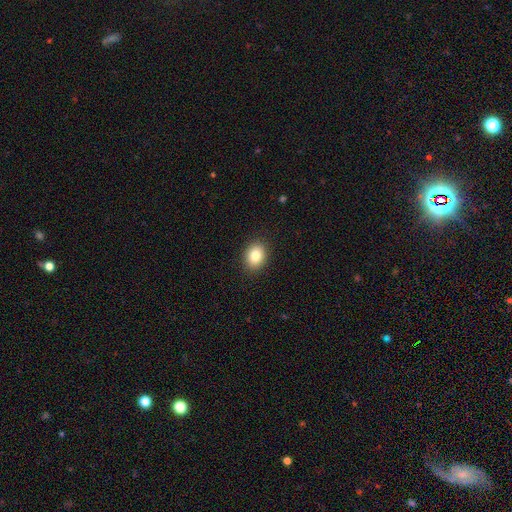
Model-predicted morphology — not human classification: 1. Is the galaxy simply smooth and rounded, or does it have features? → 83% smooth, 9% star or artifact, 8% featured or disk.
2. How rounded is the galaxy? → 56% in between, 43% round, 1% cigar-shaped.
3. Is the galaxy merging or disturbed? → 90% none, 7% minor disturbance, 2% major disturbance, 1% merger.